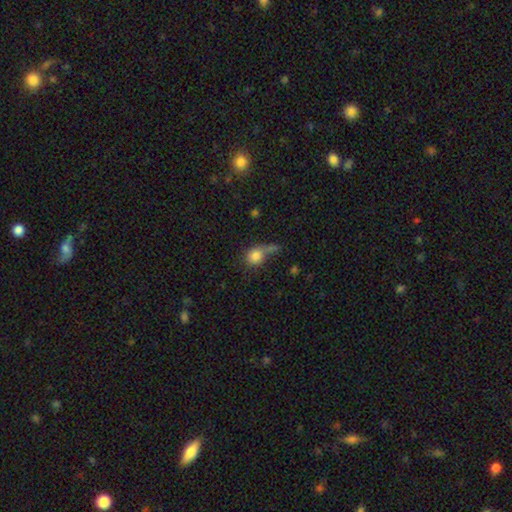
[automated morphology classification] A smooth galaxy with no disk features (80%) that is round (70%). Merging: none (34%).